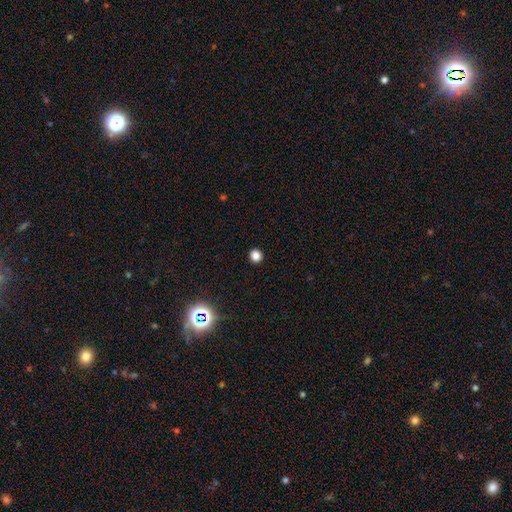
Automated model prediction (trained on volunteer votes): A smooth galaxy with no disk features (81%) that is round (87%).

Vote fractions:
- Smooth or featured? smooth: 81% / star or artifact: 15% / featured or disk: 3%
- How rounded? round: 87% / in between: 12% / cigar-shaped: 1%
- Merging? none: 92% / minor disturbance: 5% / major disturbance: 2% / merger: 1%